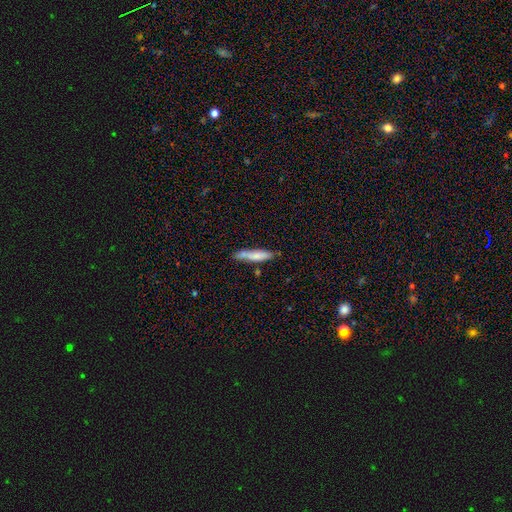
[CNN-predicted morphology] smooth 74%, featured or disk 20%, star or artifact 6%. Down the decision tree: how rounded — cigar-shaped (82%); merging — none (66%).